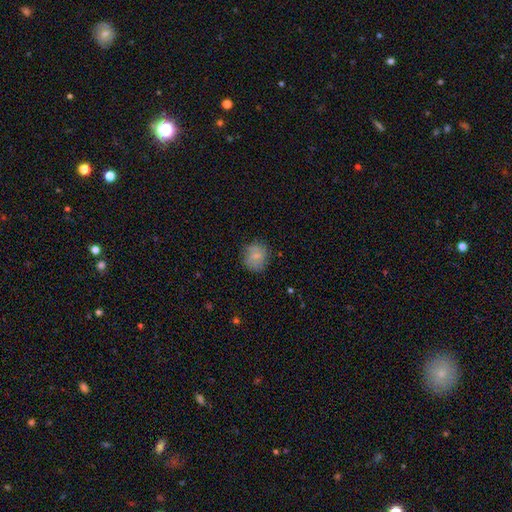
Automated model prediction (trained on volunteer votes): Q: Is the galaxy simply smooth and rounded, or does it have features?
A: smooth — 71%.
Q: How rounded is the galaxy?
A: round — 80%.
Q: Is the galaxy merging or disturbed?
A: none — 75%.